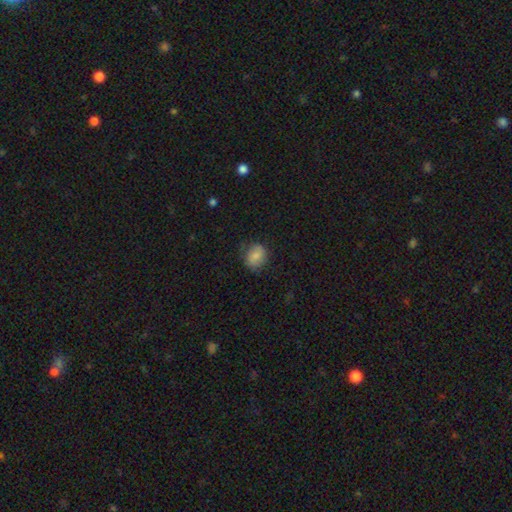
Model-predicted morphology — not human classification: Smooth or featured? smooth (81%)
How rounded? round (57%)
Merging? none (72%)